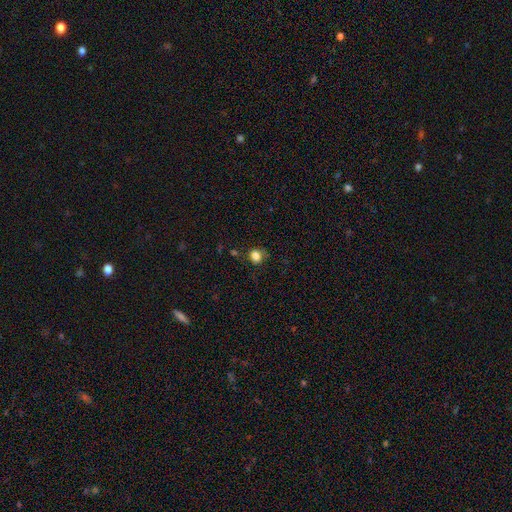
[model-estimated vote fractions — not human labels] smooth_or_featured: smooth (p=0.83) [alt: star or artifact p=0.12]
how_rounded: round (p=0.76) [alt: in between p=0.23]
merging: none (p=0.73) [alt: minor disturbance p=0.18]